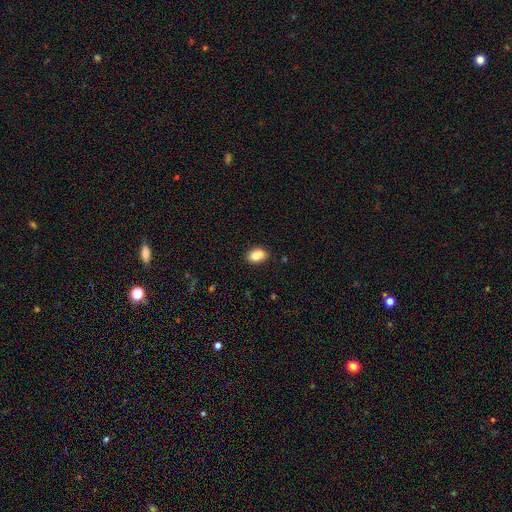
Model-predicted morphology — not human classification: type=smooth (83%); roundness=in between (81%); merging=none (80%).